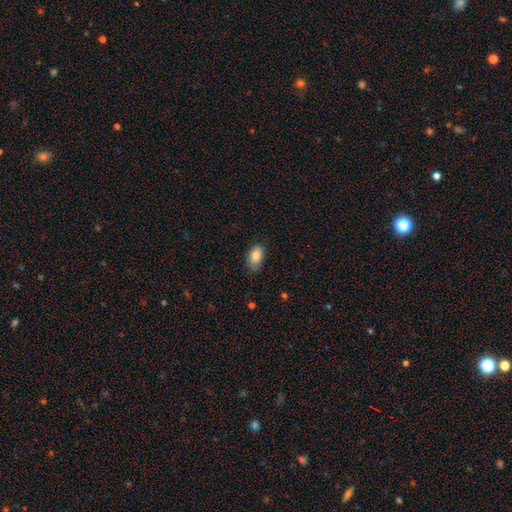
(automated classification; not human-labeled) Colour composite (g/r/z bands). It shows a smooth galaxy with no disk features (85%) that is in between round and cigar-shaped (90%). Merging: none (72%).